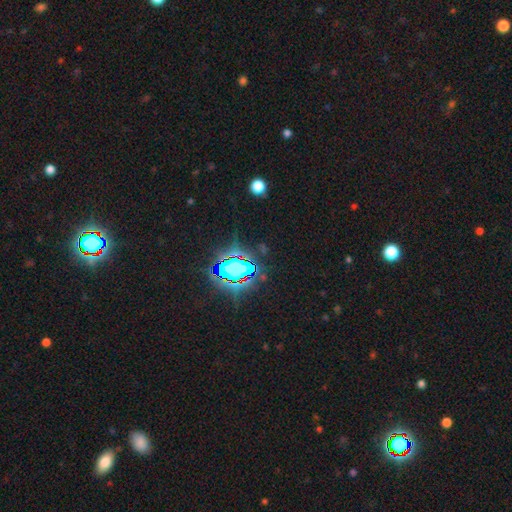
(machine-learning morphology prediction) smooth-or-featured: star or artifact: 83% | smooth: 10% | featured or disk: 7%